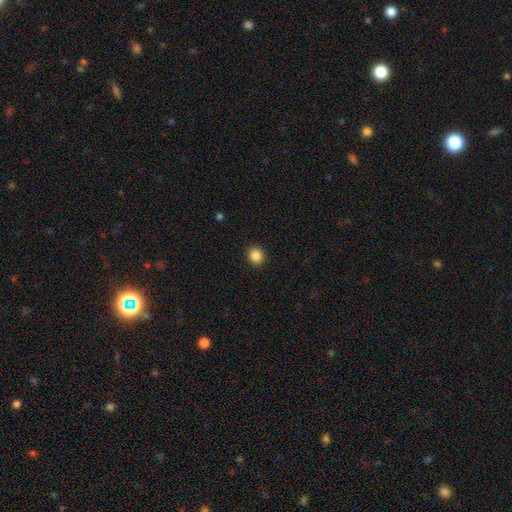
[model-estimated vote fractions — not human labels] Q: Smooth or featured?
A: smooth (86%); runner-up: star or artifact (10%)
Q: How rounded?
A: round (84%); runner-up: in between (15%)
Q: Merging?
A: none (92%); runner-up: minor disturbance (5%)